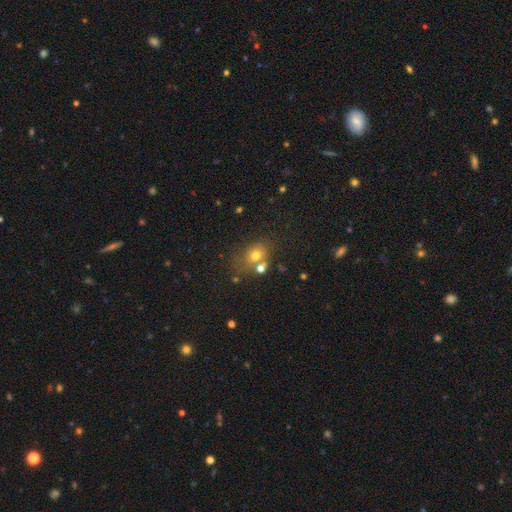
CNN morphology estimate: This appears to be a smooth galaxy with no disk features (67%) that is in between round and cigar-shaped (51%). Merging: none (52%).